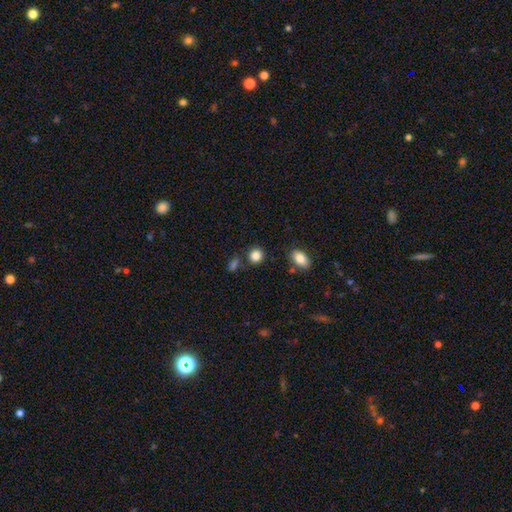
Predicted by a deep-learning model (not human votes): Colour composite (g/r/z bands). It shows a smooth galaxy with no disk features (86%) that is round (80%). Merging: none (81%).